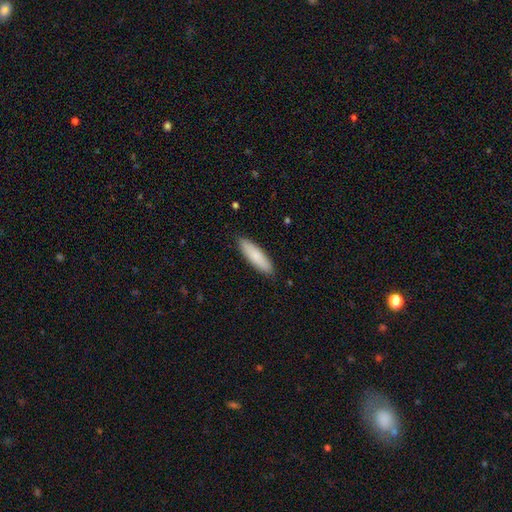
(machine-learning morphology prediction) smooth 84%, featured or disk 11%, star or artifact 5%. Down the decision tree: how rounded — cigar-shaped (64%); merging — none (89%).